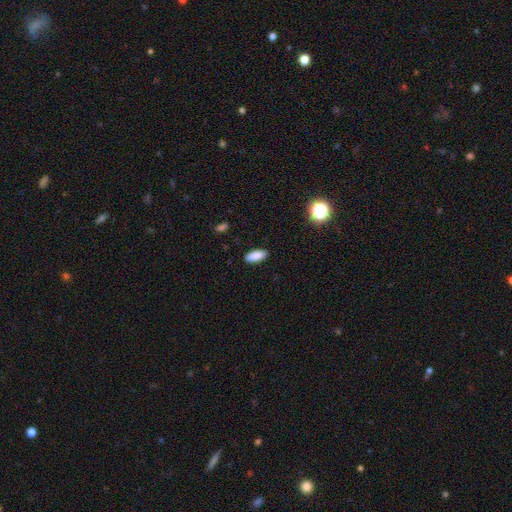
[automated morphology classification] Q: Smooth or featured?
A: smooth (88%); runner-up: star or artifact (7%)
Q: How rounded?
A: in between (81%); runner-up: cigar-shaped (17%)
Q: Merging?
A: none (89%); runner-up: minor disturbance (8%)